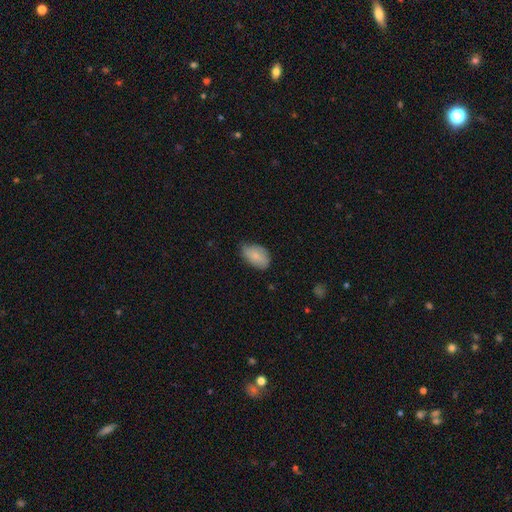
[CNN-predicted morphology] The model was most divided on "merging": none: 57%, minor disturbance: 36%, major disturbance: 6%, merger: 1%. More confident: how rounded — in between (92%); smooth or featured — smooth (80%).